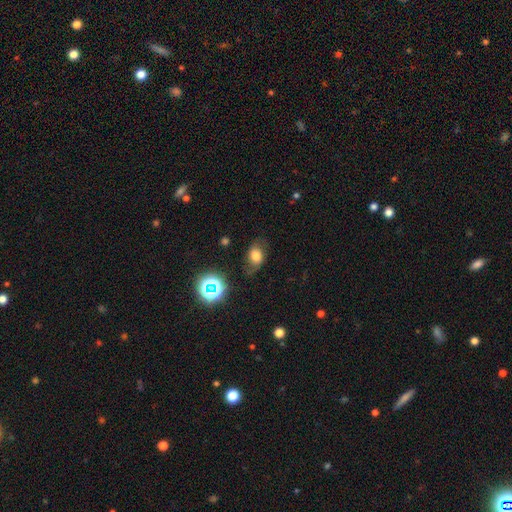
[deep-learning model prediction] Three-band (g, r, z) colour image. It shows a smooth galaxy with no disk features (62%) that is in between round and cigar-shaped (73%). Merging: none (64%).